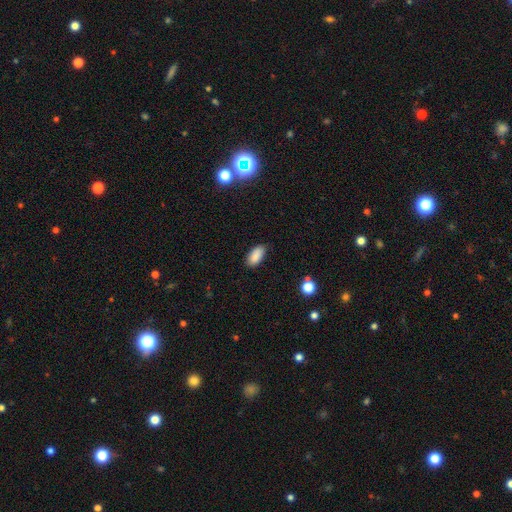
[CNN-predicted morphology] type=smooth (88%); roundness=in between (92%); merging=none (82%).